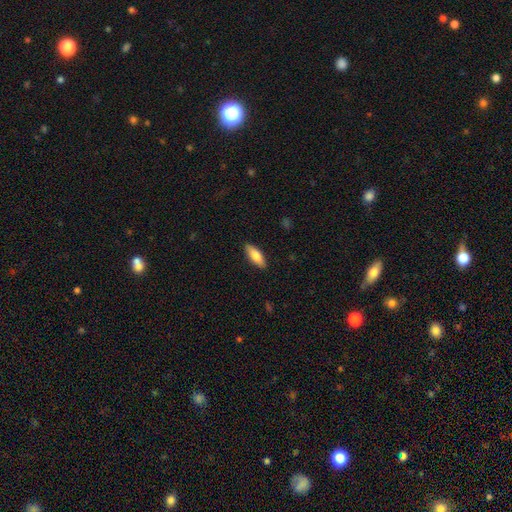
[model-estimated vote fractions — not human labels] smooth 78%, featured or disk 16%, star or artifact 6%. Down the decision tree: how rounded — in between (67%); merging — none (89%).